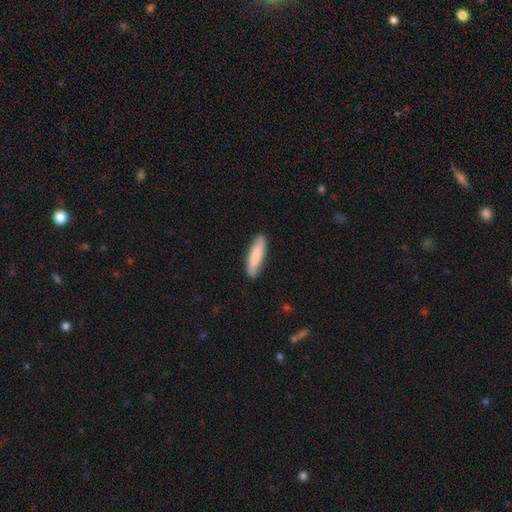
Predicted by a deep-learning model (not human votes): Morphology: type=smooth (83%); roundness=cigar-shaped (71%); merging=none (87%).